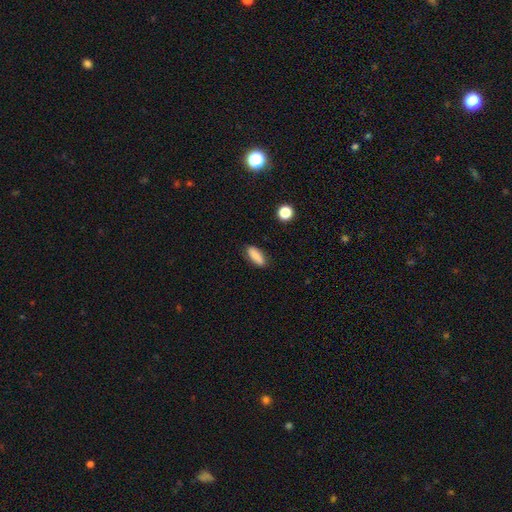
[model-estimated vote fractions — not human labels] smooth 83%, featured or disk 9%, star or artifact 8%. Down the decision tree: how rounded — in between (71%); merging — none (83%).